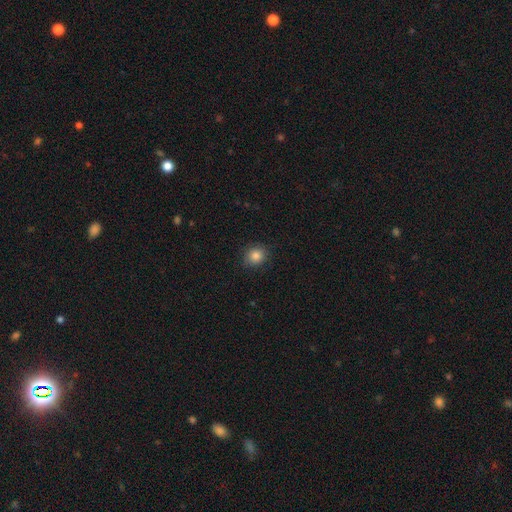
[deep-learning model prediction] Morphology: type=smooth (84%); roundness=round (79%); merging=none (85%).